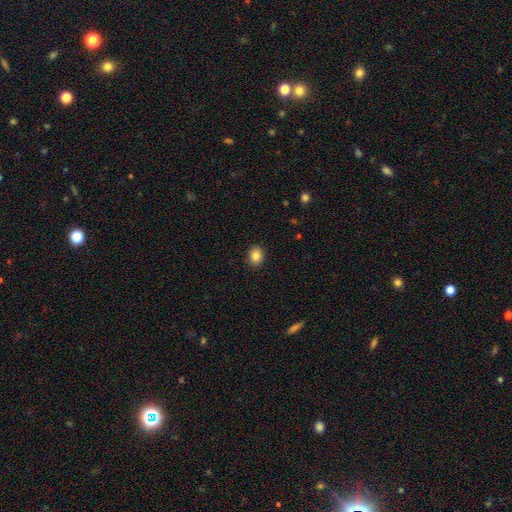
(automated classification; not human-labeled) Smooth or featured? Predicted: smooth (p=0.85). How rounded? Predicted: round (p=0.56). Merging? Predicted: none (p=0.91).